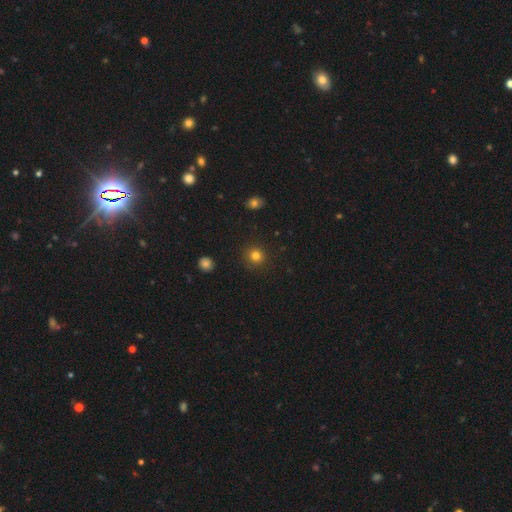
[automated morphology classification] Smooth or featured? Predicted: smooth (p=0.80). How rounded? Predicted: round (p=0.93). Merging? Predicted: none (p=0.91).